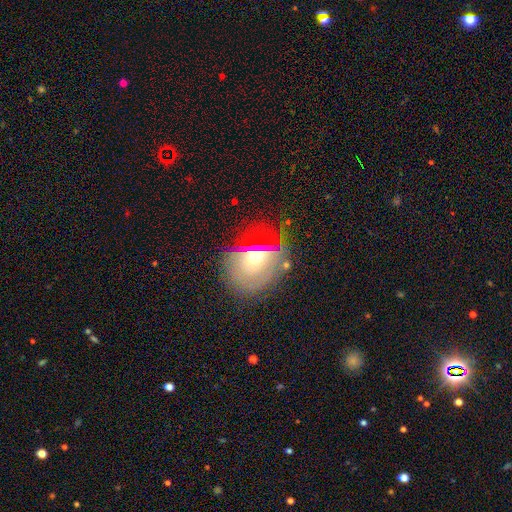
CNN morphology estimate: Smooth or featured? Predicted: smooth (p=0.48). Merging? Predicted: none (p=0.60).